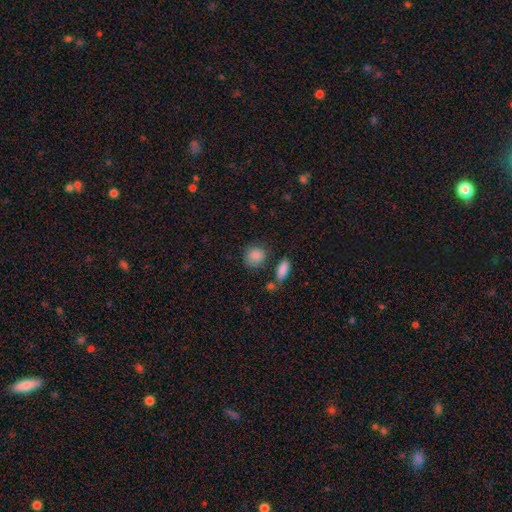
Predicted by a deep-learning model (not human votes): This is clearly a smooth galaxy (86%). How rounded: likely round (74%). Merging: likely none (70%).